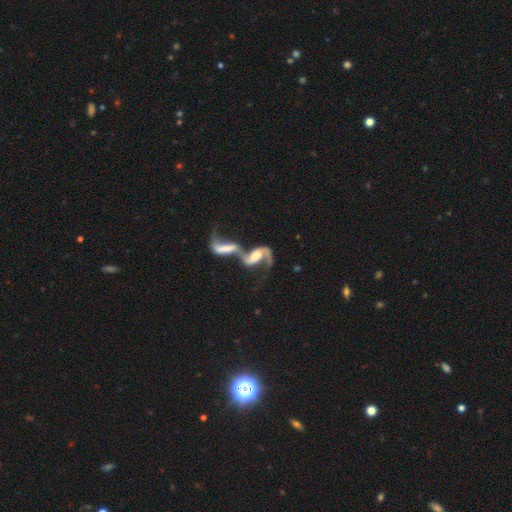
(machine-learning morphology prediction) Smooth or featured?
  - featured or disk: 80% *
  - smooth: 14%
  - star or artifact: 7%
Edge-on disk?
  - no: 93% *
  - yes: 7%
Bar?
  - no: 37% *
  - weak: 32%
  - strong: 31%
Spiral arms?
  - yes: 89% *
  - no: 11%
Spiral winding?
  - loose: 68% *
  - medium: 25%
  - tight: 8%
Spiral arm count?
  - 2: 81% *
  - 1: 10%
  - can't tell: 6%
  - 3: 1%
  - 4: 1%
  - more than 4: 1%
Bulge size?
  - large: 34% *
  - moderate: 32%
  - none: 16%
  - small: 13%
  - dominant: 6%
Merging?
  - merger: 75% *
  - major disturbance: 10%
  - none: 10%
  - minor disturbance: 5%